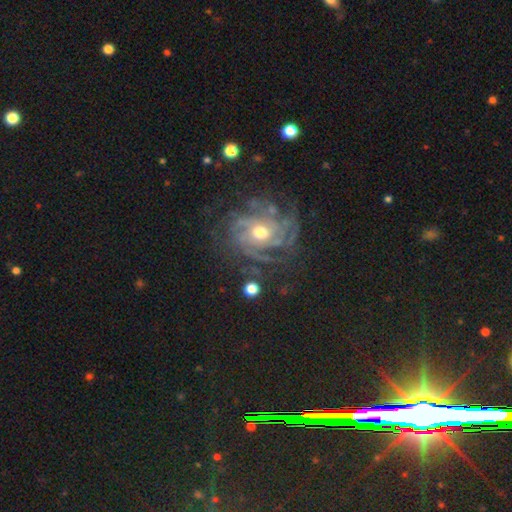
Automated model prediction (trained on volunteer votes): Smooth or featured? Predicted: featured or disk (p=0.57). Edge-on disk? Predicted: no (p=0.91). Bar? Predicted: no (p=0.68). Spiral arms? Predicted: yes (p=0.85). Bulge size? Predicted: moderate (p=0.51). Merging? Predicted: none (p=0.78).